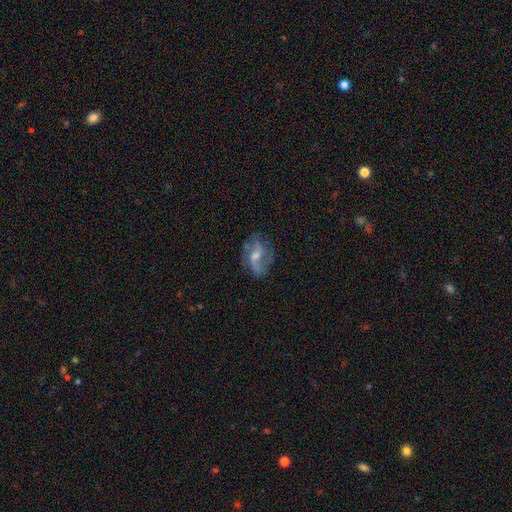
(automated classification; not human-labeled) A featured or disk galaxy (68%) with no bar (45%), 2 (59%) loose (48%) spiral arms (81%) and a moderate central bulge (53%). Merging: none (64%).